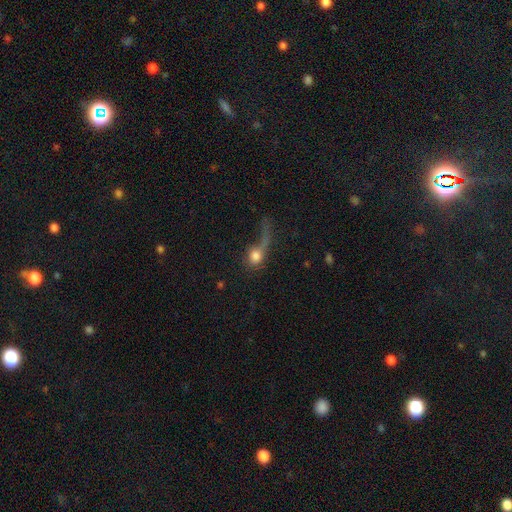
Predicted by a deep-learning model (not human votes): smooth 68%, featured or disk 21%, star or artifact 11%. Down the decision tree: how rounded — round (62%); merging — major disturbance (55%).